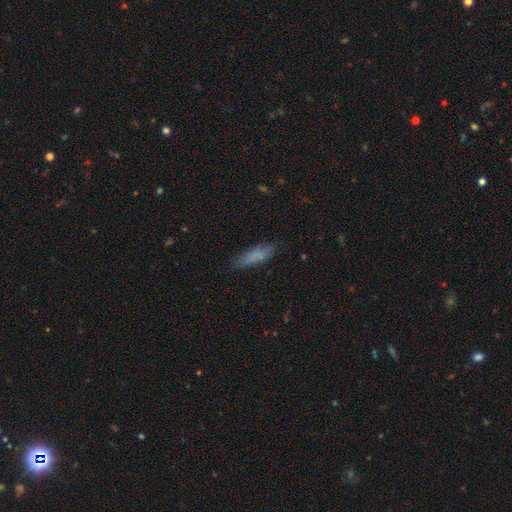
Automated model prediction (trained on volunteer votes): smooth_or_featured: smooth (p=0.80) [alt: featured or disk p=0.13]
how_rounded: cigar-shaped (p=0.63) [alt: in between p=0.35]
merging: none (p=0.81) [alt: minor disturbance p=0.15]